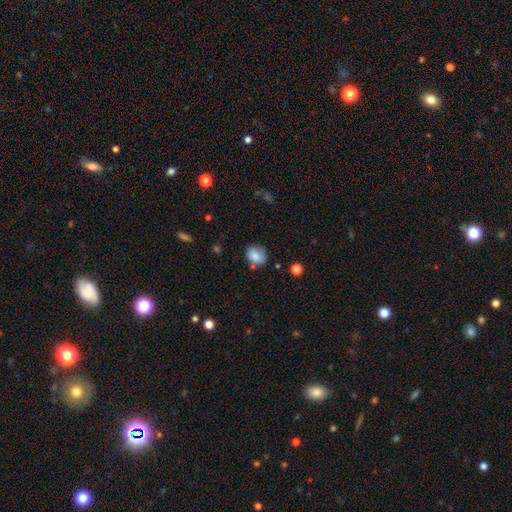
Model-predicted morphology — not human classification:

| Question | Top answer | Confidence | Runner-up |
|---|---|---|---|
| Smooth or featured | smooth | 80% | featured or disk (11%) |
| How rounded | round | 52% | in between (47%) |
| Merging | none | 61% | minor disturbance (25%) |